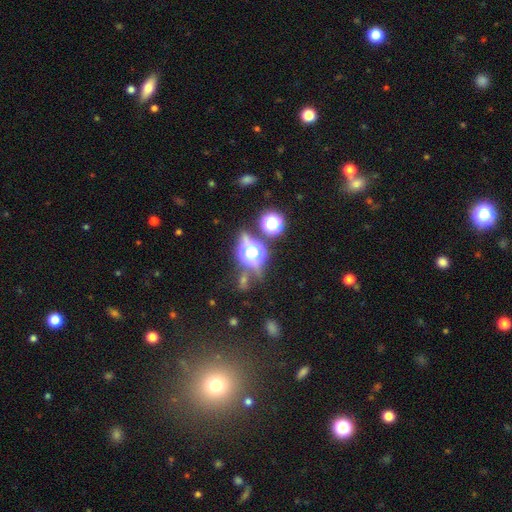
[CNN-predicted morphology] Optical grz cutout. It shows a star or artifact, not a galaxy (68%).